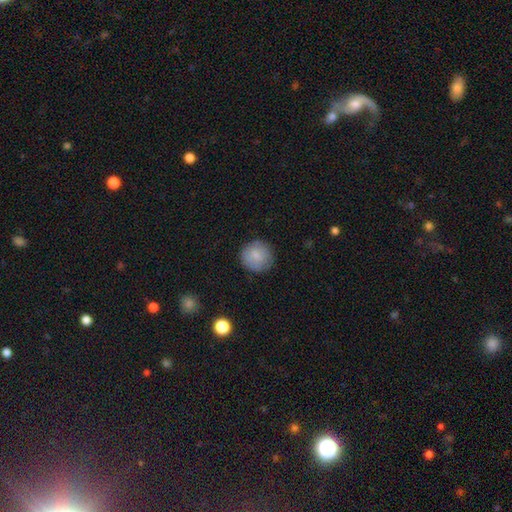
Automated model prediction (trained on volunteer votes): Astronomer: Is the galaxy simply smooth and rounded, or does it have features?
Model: smooth — 82%.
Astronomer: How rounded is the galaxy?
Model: round — 93%.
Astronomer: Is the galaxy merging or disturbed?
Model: none — 84%.